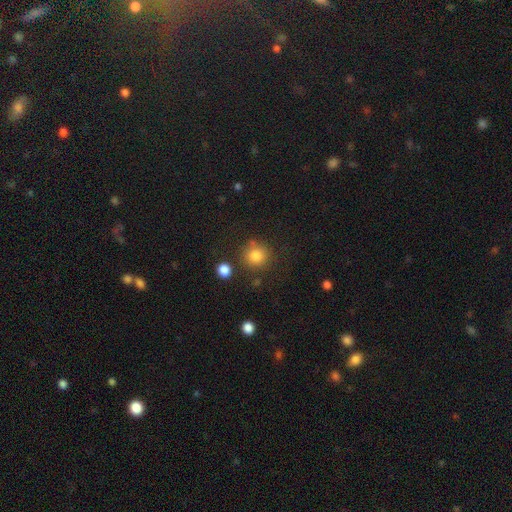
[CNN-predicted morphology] Smooth or featured? smooth (83%)
How rounded? round (91%)
Merging? none (80%)